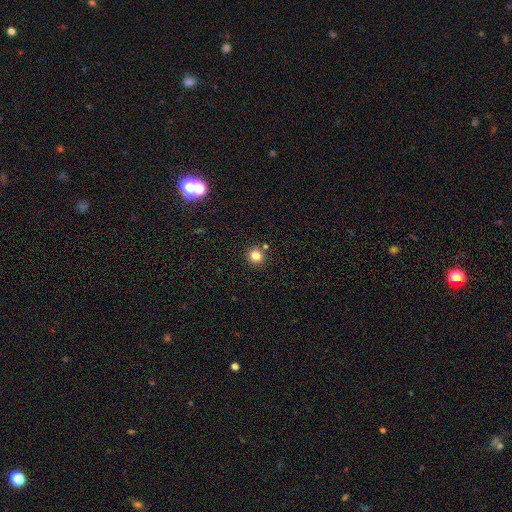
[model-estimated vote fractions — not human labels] Overall: smooth (82%). How rounded: round (92%). Merging: none (86%).